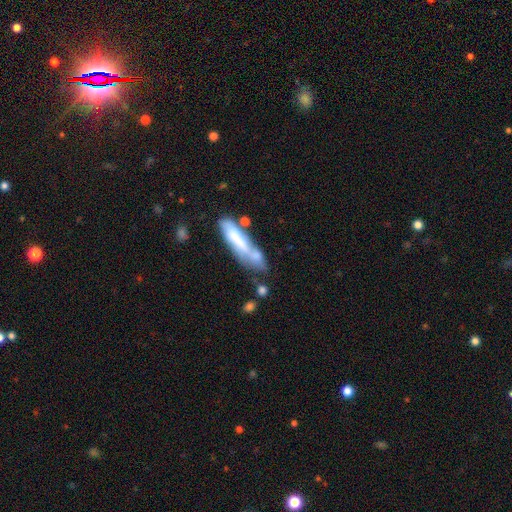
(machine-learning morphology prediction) This is possibly a smooth galaxy (59%). How rounded: likely cigar-shaped (63%). Merging: marginally merger (34%).